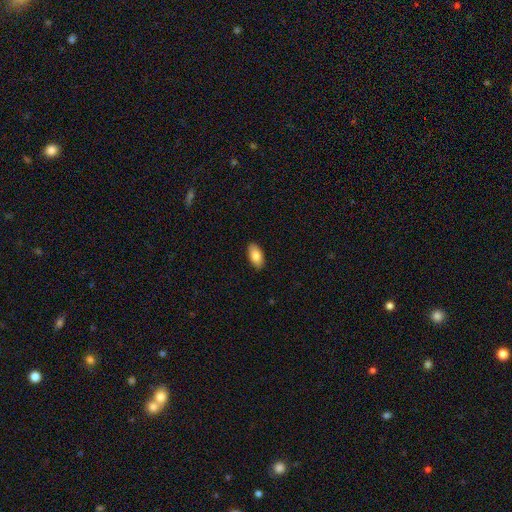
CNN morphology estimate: Smooth or featured? smooth (83%)
How rounded? in between (93%)
Merging? none (89%)